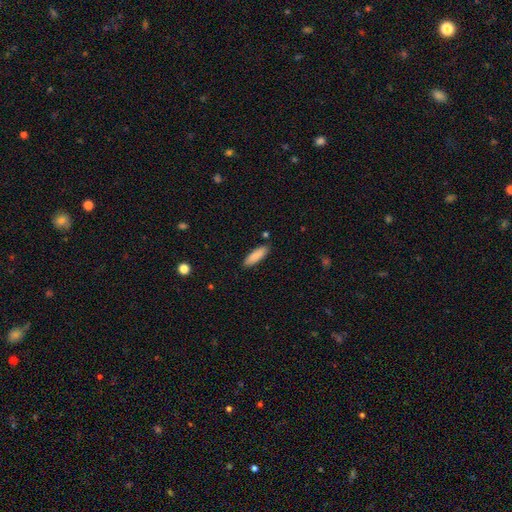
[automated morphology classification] A smooth galaxy with no disk features (87%) that is in between round and cigar-shaped (52%). Merging: none (87%).